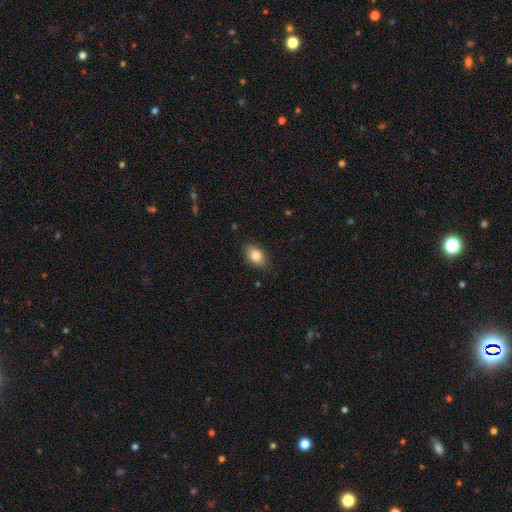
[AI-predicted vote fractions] Smooth or featured? Predicted: smooth (p=0.84). How rounded? Predicted: in between (p=0.81). Merging? Predicted: none (p=0.84).